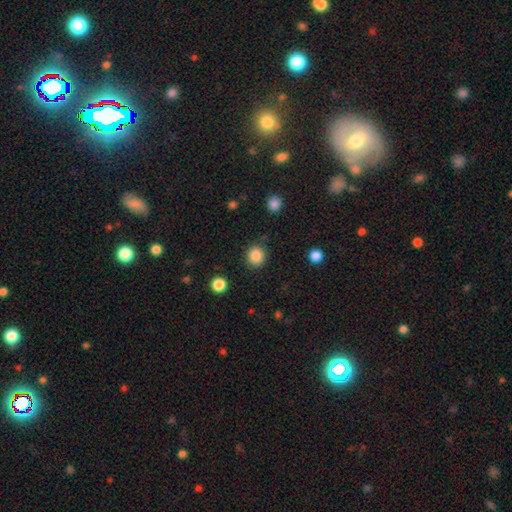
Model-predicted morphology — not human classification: Q: Smooth or featured?
A: smooth (86%); runner-up: star or artifact (10%)
Q: How rounded?
A: round (87%); runner-up: in between (12%)
Q: Merging?
A: none (88%); runner-up: minor disturbance (8%)